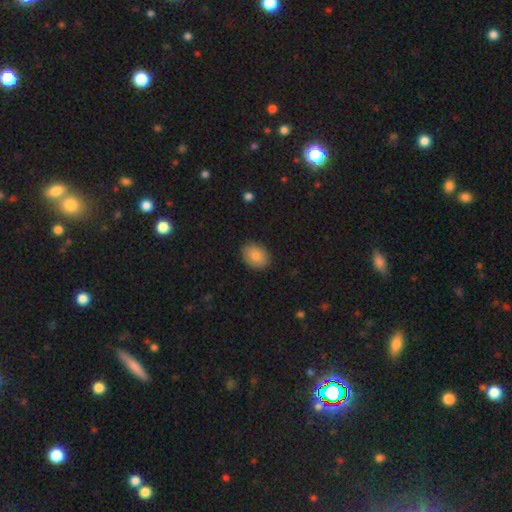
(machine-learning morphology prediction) type=smooth (84%); roundness=in between (69%); merging=none (89%).